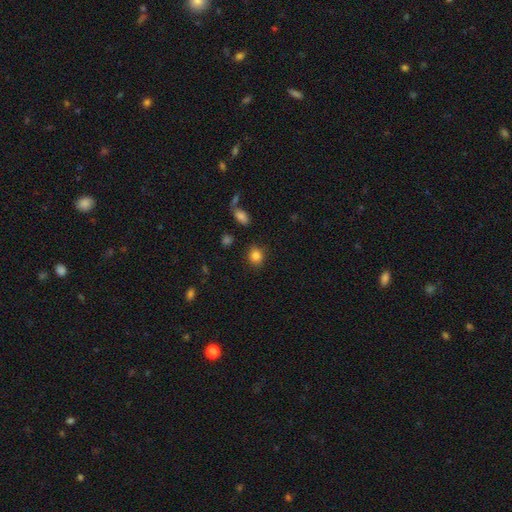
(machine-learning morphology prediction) Smooth or featured? Predicted: smooth (p=0.84). How rounded? Predicted: round (p=0.70). Merging? Predicted: none (p=0.85).